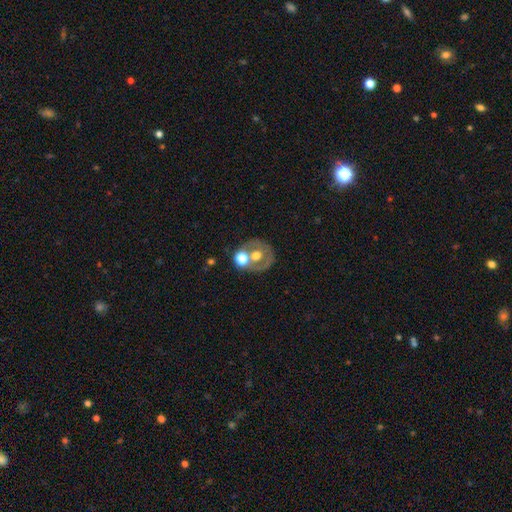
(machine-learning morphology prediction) This appears to be a featured or disk galaxy (45%). Merging: none (51%).